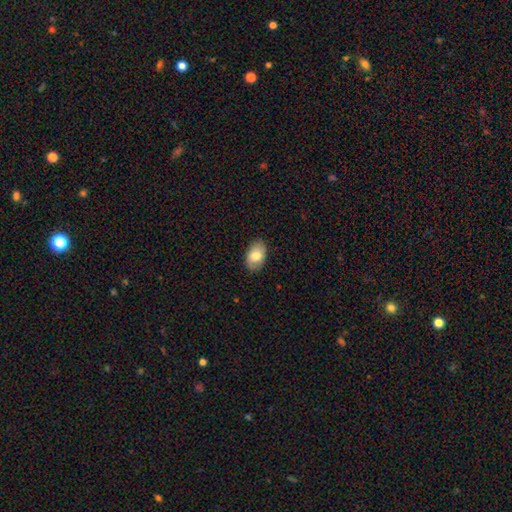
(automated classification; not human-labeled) Overall: smooth (79%). How rounded: in between (91%). Merging: none (86%).